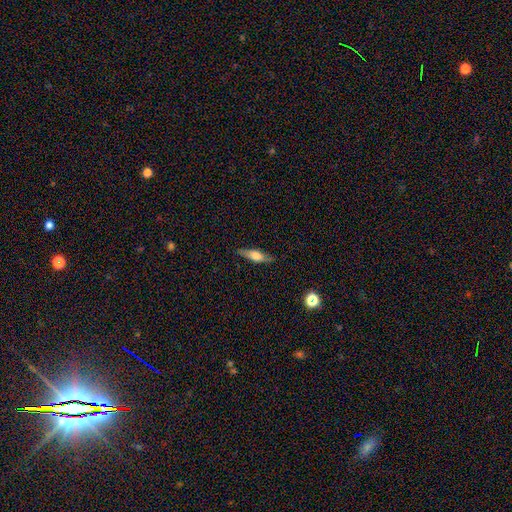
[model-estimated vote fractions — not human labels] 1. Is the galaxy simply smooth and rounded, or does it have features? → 49% smooth, 44% featured or disk, 7% star or artifact.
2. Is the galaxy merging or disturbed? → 82% none, 14% minor disturbance, 3% major disturbance, 1% merger.